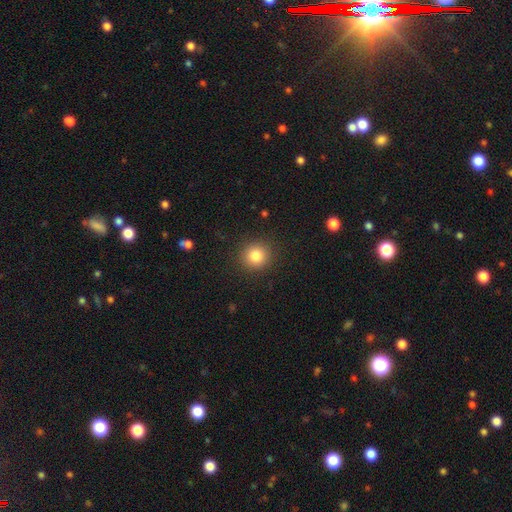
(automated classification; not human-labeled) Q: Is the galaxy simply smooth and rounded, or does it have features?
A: smooth — 84%.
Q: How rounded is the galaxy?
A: round — 91%.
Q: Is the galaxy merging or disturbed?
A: none — 90%.